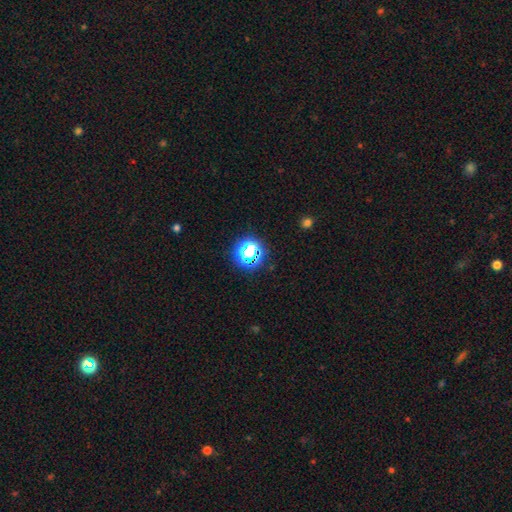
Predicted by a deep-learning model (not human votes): Morphology: type=star or artifact (67%).